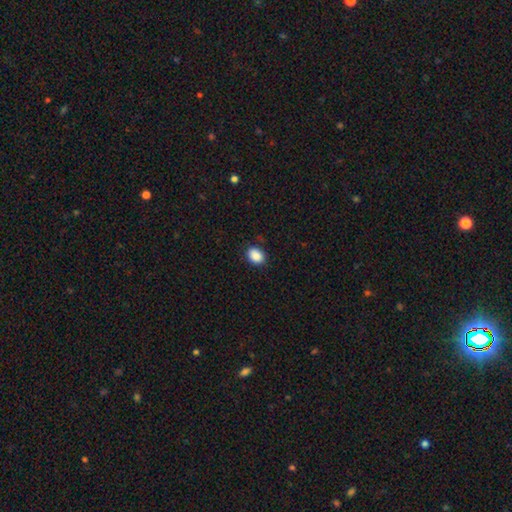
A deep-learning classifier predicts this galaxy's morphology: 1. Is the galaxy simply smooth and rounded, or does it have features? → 89% smooth, 8% star or artifact, 3% featured or disk.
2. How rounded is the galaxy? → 70% in between, 29% round, 1% cigar-shaped.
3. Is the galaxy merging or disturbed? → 86% none, 11% minor disturbance, 2% major disturbance, 1% merger.